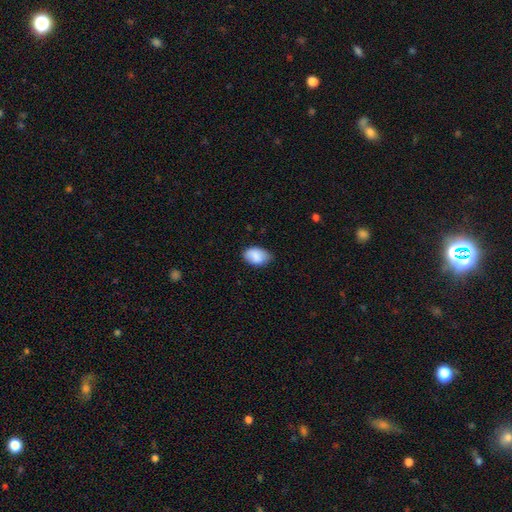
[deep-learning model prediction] Morphology: type=smooth (87%); roundness=in between (88%); merging=none (72%).